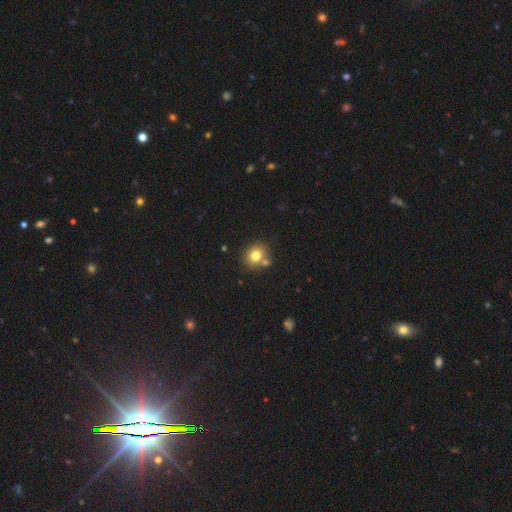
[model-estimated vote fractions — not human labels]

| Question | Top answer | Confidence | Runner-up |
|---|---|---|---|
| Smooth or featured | smooth | 78% | star or artifact (11%) |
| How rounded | round | 75% | in between (24%) |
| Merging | none | 65% | merger (20%) |